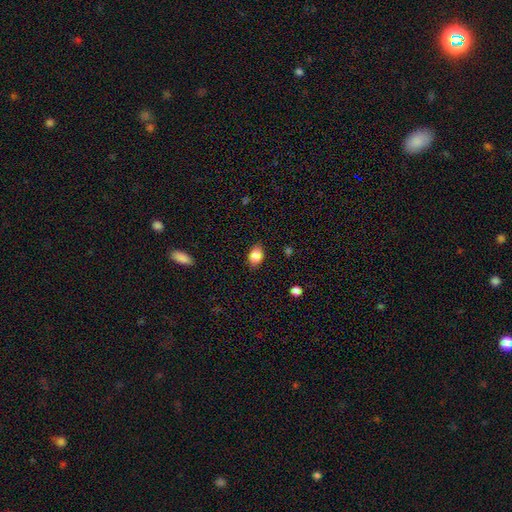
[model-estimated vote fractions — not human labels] Smooth or featured? smooth (85%)
How rounded? in between (68%)
Merging? none (81%)